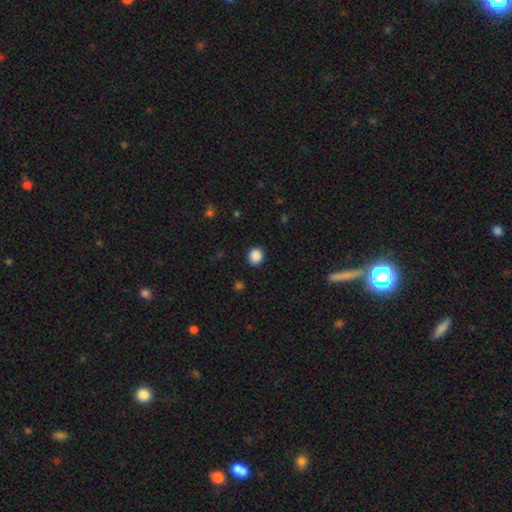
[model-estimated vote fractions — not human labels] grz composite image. It shows a smooth galaxy with no disk features (88%) that is round (82%). Merging: none (90%).